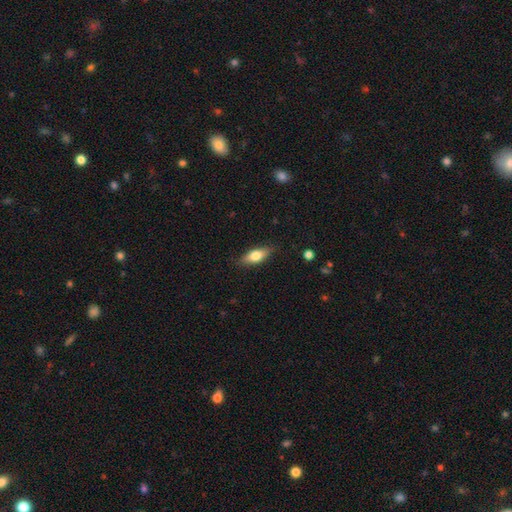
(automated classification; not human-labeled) Smooth or featured? smooth (66%)
How rounded? in between (68%)
Merging? none (84%)